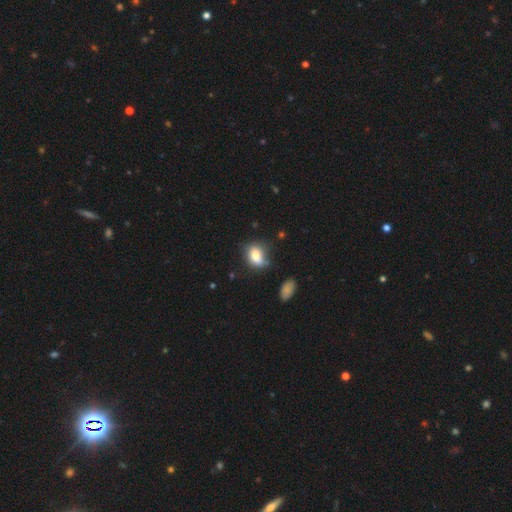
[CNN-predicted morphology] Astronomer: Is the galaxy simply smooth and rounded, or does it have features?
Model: smooth — 78%.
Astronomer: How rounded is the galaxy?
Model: in between — 65%.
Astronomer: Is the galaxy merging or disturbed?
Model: none — 47% (runner-up: minor disturbance, 32%).